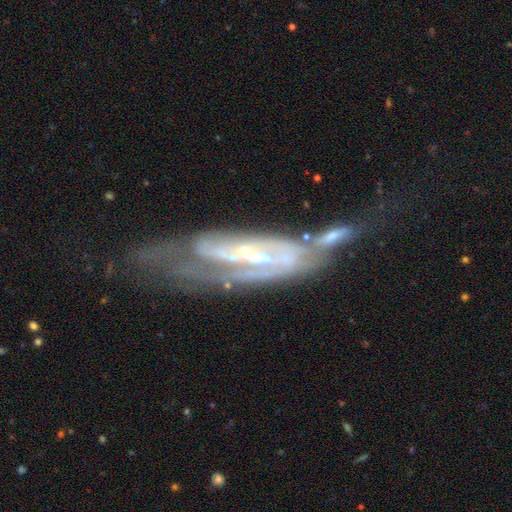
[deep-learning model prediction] A featured or disk galaxy (87%) with no bar (34%, tied with weak), 2 (59%) tight (45%) spiral arms (89%) and a small central bulge (68%).

Vote fractions:
- Smooth or featured? featured or disk: 87% / smooth: 7% / star or artifact: 6%
- Edge-on disk? no: 87% / yes: 13%
- Bar? no: 34% (tied) / weak: 34% (tied) / strong: 32%
- Spiral arms? yes: 89% / no: 11%
- Spiral winding? tight: 45% / medium: 38% / loose: 17%
- Spiral arm count? 2: 59% / can't tell: 24% / 1: 6% / 3: 6% / 4: 3% / more than 4: 3%
- Bulge size? small: 68% / moderate: 26% / none: 3% / large: 2% / dominant: 1%
- Merging? merger: 34% / none: 27% / major disturbance: 23% / minor disturbance: 16%